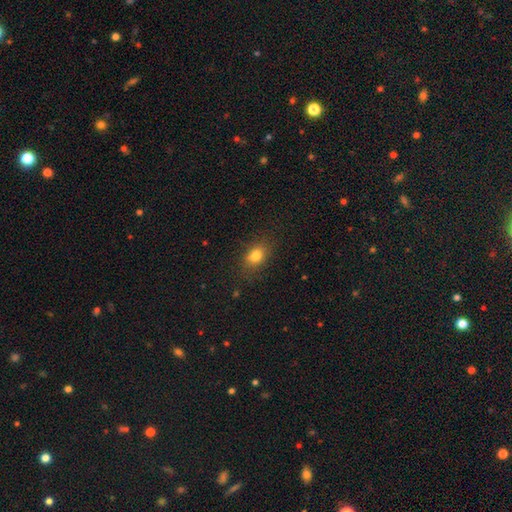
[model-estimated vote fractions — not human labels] This is likely a smooth galaxy (79%). How rounded: likely in between (66%). Merging: clearly none (82%).